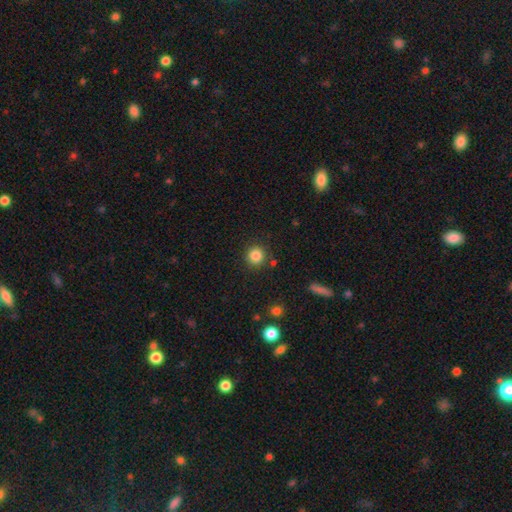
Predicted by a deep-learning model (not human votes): smooth-or-featured: smooth: 85% | star or artifact: 11% | featured or disk: 5%
  how-rounded: round: 93% | in between: 6% | cigar-shaped: 1%
  merging: none: 87% | minor disturbance: 8% | merger: 3% | major disturbance: 3%